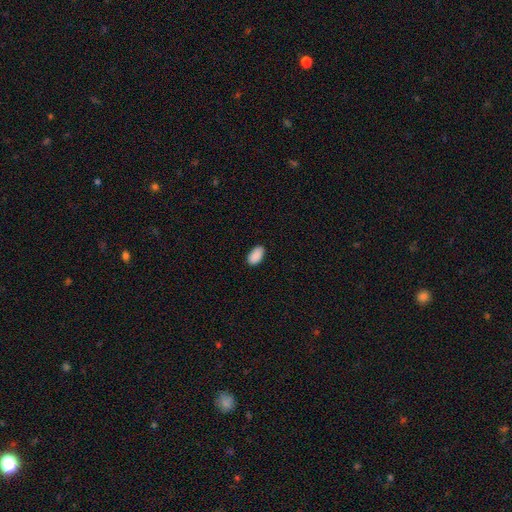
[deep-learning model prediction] This appears to be a smooth galaxy with no disk features (91%) that is in between round and cigar-shaped (95%). Merging: none (87%).